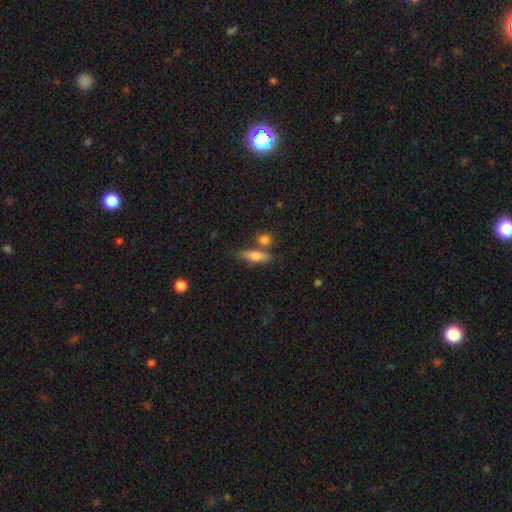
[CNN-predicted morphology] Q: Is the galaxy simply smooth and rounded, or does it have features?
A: smooth — 67%.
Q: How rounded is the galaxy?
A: cigar-shaped — 58%.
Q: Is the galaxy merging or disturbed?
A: none — 67%.